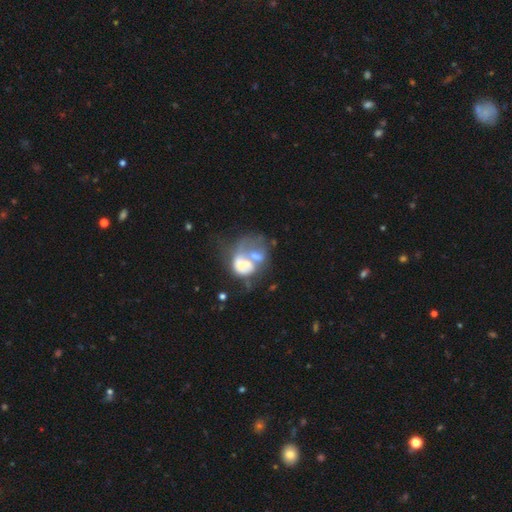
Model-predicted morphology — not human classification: Smooth or featured: featured or disk — 55% (smooth — 34%)
Edge-on disk: no — 98% (yes — 2%)
Bar: no — 84% (weak — 12%)
Spiral arms: no — 79% (yes — 21%)
Bulge size: none — 35% (moderate — 28%)
Merging: merger — 50% (major disturbance — 28%)